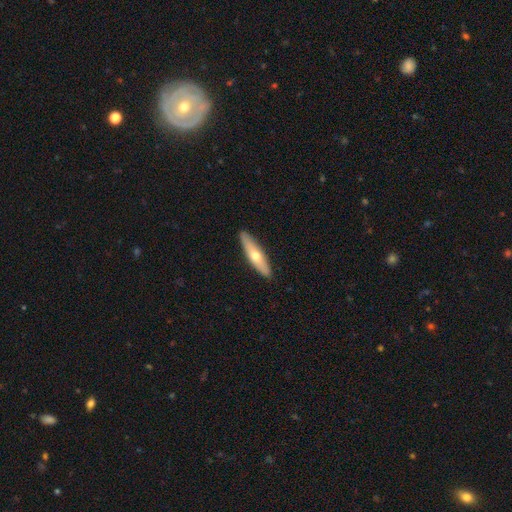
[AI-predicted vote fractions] Smooth or featured? Predicted: smooth (p=0.52). How rounded? Predicted: cigar-shaped (p=0.74). Merging? Predicted: none (p=0.90).